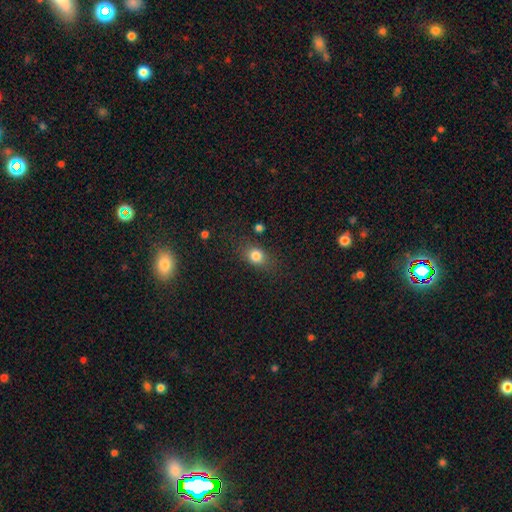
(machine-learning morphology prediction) Smooth or featured?
  - smooth: 80% *
  - star or artifact: 12%
  - featured or disk: 8%
How rounded?
  - in between: 51% *
  - round: 46%
  - cigar-shaped: 3%
Merging?
  - none: 76% *
  - minor disturbance: 16%
  - major disturbance: 6%
  - merger: 3%